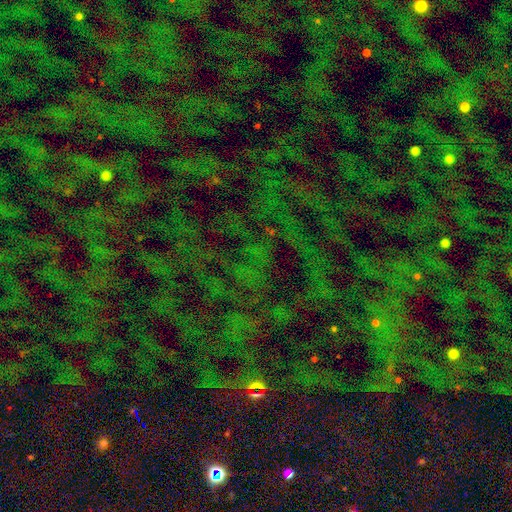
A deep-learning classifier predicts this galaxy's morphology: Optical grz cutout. It shows a star or artifact, not a galaxy (73%).